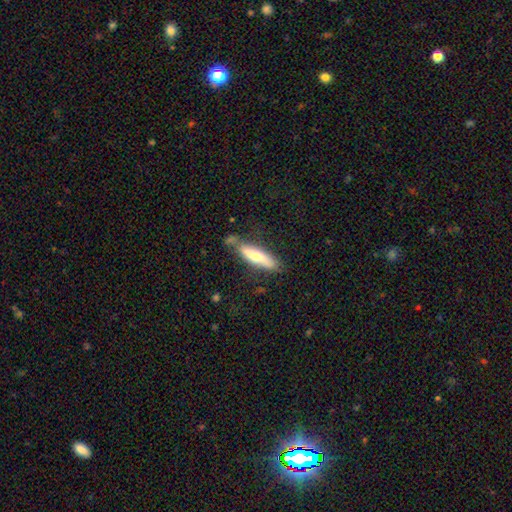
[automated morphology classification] Overall: smooth (59%; featured or disk 35%). How rounded: cigar-shaped (72%). Merging: none (68%).